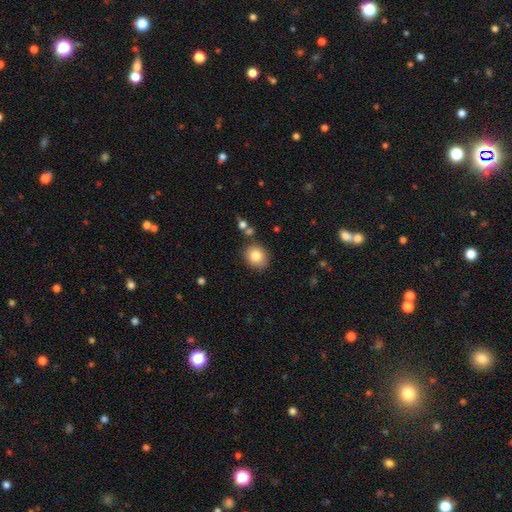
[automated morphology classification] Smooth or featured: smooth — 83% (star or artifact — 9%)
How rounded: round — 68% (in between — 31%)
Merging: none — 83% (minor disturbance — 10%)